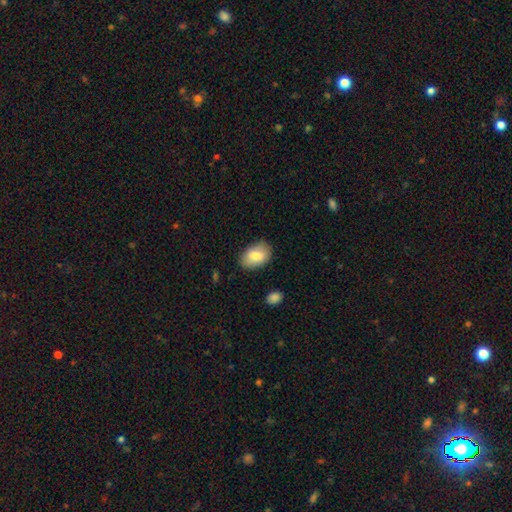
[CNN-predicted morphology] Overall: smooth (82%). How rounded: in between (89%). Merging: none (82%).